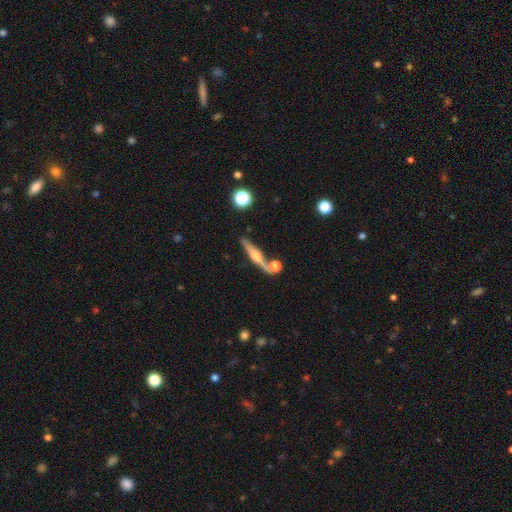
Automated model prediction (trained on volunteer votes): featured or disk 72%, smooth 21%, star or artifact 7%. Down the decision tree: edge-on disk — yes (97%); edge-on bulge — rounded (89%); merging — none (76%).